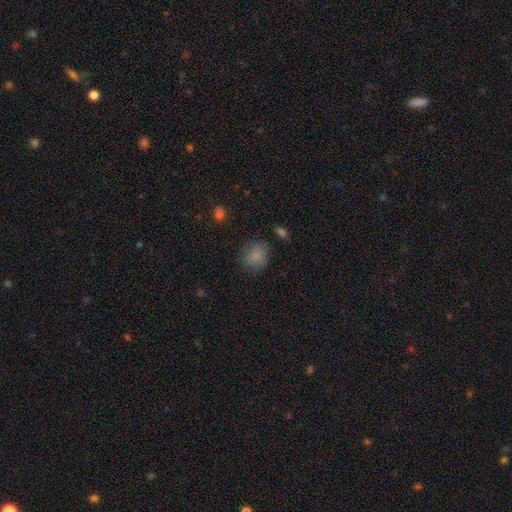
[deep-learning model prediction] Q: Smooth or featured?
A: smooth (78%); runner-up: star or artifact (13%)
Q: How rounded?
A: round (62%); runner-up: in between (36%)
Q: Merging?
A: none (70%); runner-up: minor disturbance (19%)